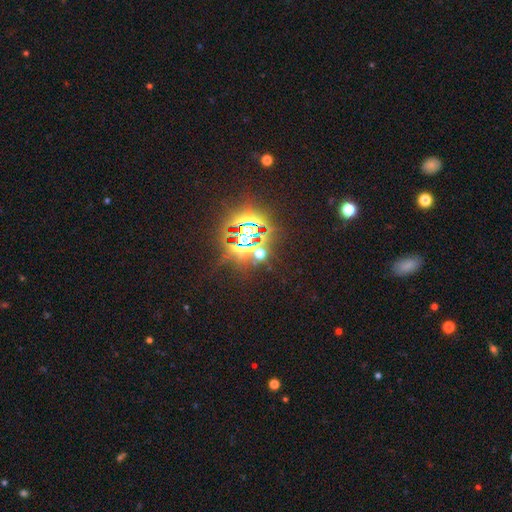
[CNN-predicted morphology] A star or artifact, not a galaxy (80%).